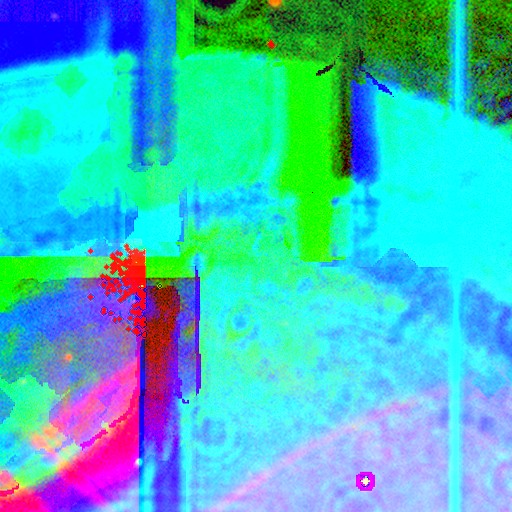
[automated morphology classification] A star or artifact, not a galaxy (84%).